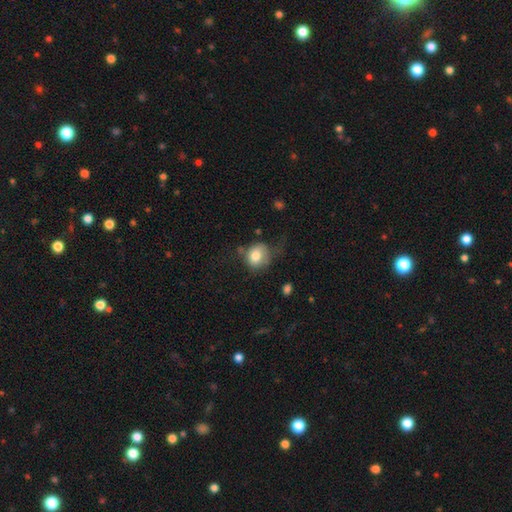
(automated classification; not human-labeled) Q: Smooth or featured?
A: smooth (78%); runner-up: featured or disk (14%)
Q: How rounded?
A: round (64%); runner-up: in between (35%)
Q: Merging?
A: none (48%); runner-up: minor disturbance (28%)